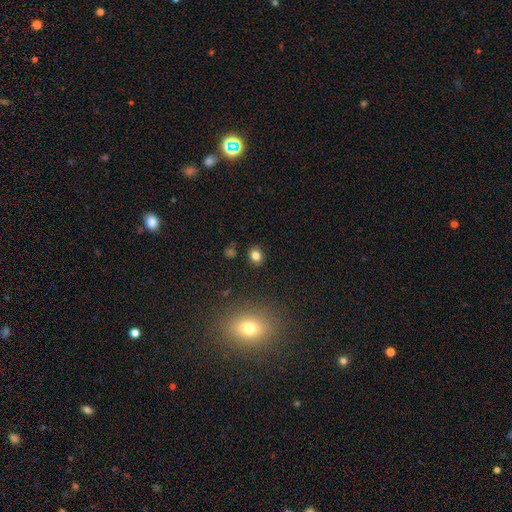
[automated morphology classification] Smooth or featured: smooth — 81% (star or artifact — 12%)
How rounded: round — 65% (in between — 34%)
Merging: none — 86% (minor disturbance — 9%)